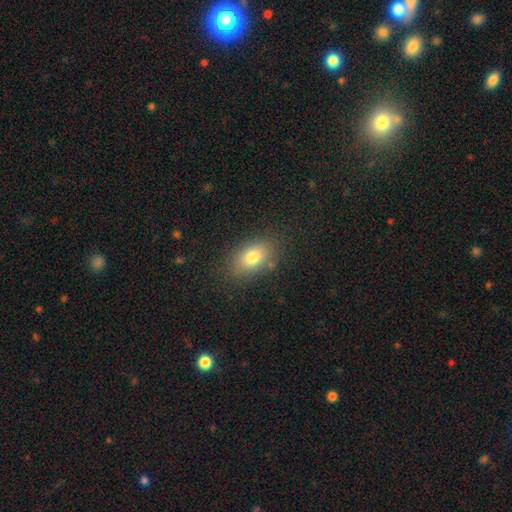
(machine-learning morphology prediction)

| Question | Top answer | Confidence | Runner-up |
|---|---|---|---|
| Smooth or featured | smooth | 78% | featured or disk (12%) |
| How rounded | in between | 85% | round (13%) |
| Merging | none | 84% | minor disturbance (11%) |